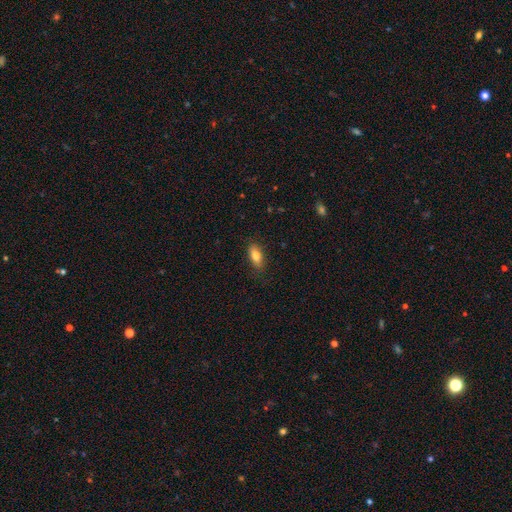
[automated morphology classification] Smooth or featured?
  - smooth: 80% *
  - featured or disk: 13%
  - star or artifact: 7%
How rounded?
  - in between: 80% *
  - cigar-shaped: 17%
  - round: 3%
Merging?
  - none: 83% *
  - minor disturbance: 13%
  - major disturbance: 3%
  - merger: 1%